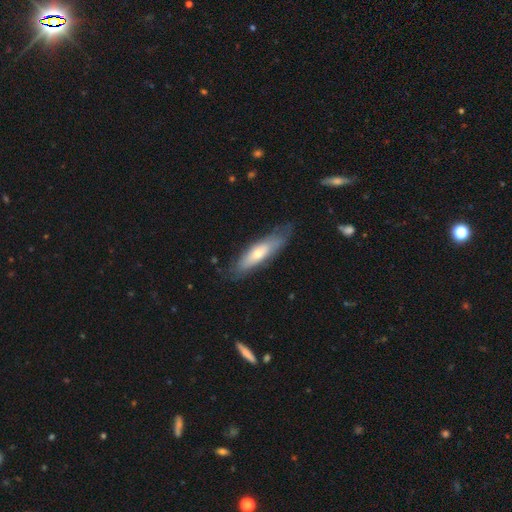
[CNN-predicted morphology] smooth 48%, featured or disk 45%, star or artifact 7%. Down the decision tree: merging — none (75%).